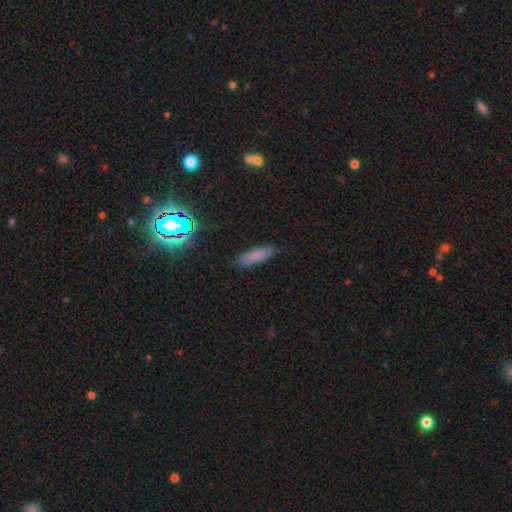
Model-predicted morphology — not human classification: This is likely a smooth galaxy (74%). How rounded: possibly in between (49%). Merging: clearly none (81%).